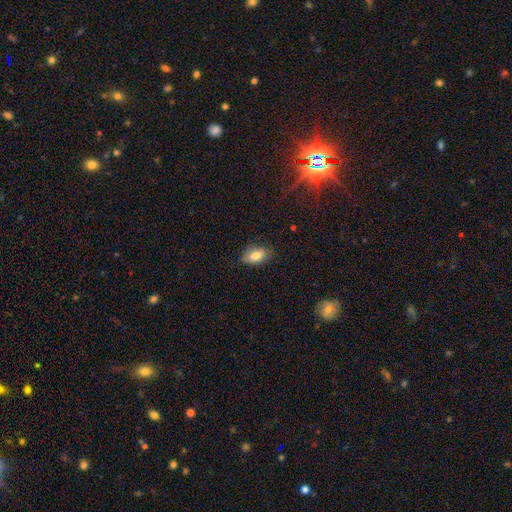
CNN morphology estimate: smooth-or-featured: smooth: 82% | featured or disk: 10% | star or artifact: 8%
  how-rounded: in between: 90% | round: 6% | cigar-shaped: 4%
  merging: none: 80% | minor disturbance: 16% | major disturbance: 3% | merger: 1%